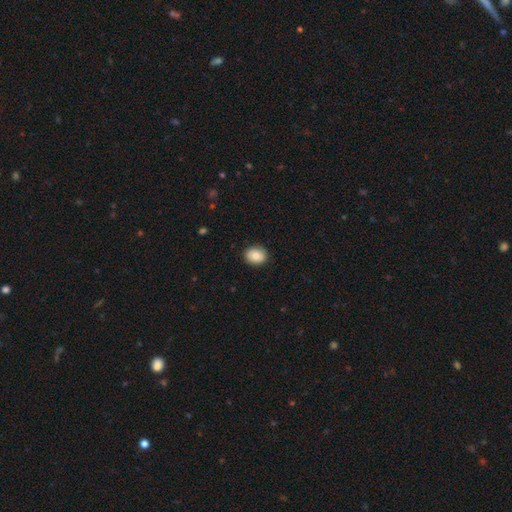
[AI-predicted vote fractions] A smooth galaxy with no disk features (83%) that is in between round and cigar-shaped (51%).

Vote fractions:
- Smooth or featured? smooth: 83% / featured or disk: 9% / star or artifact: 8%
- How rounded? in between: 51% / round: 48% / cigar-shaped: 1%
- Merging? none: 89% / minor disturbance: 8% / major disturbance: 2% / merger: 1%